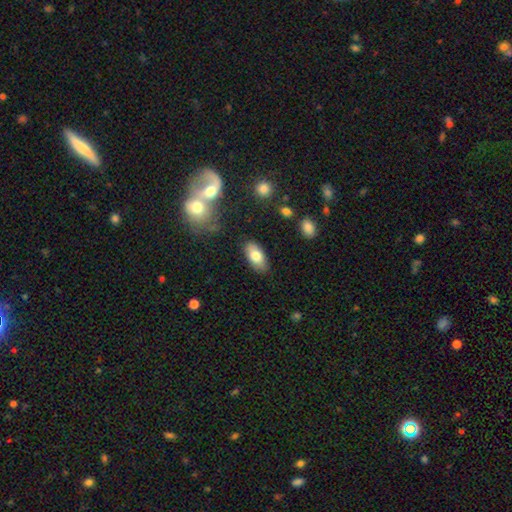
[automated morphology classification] The model was most divided on "smooth or featured": smooth: 78%, featured or disk: 14%, star or artifact: 7%. More confident: how rounded — in between (91%); merging — none (84%).